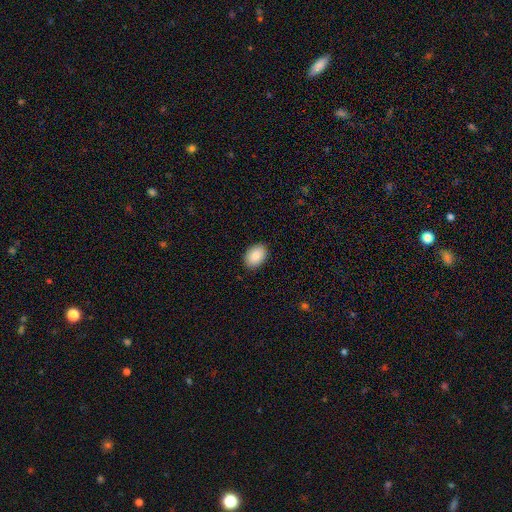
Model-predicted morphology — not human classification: Overall: smooth (89%). How rounded: in between (83%). Merging: none (89%).